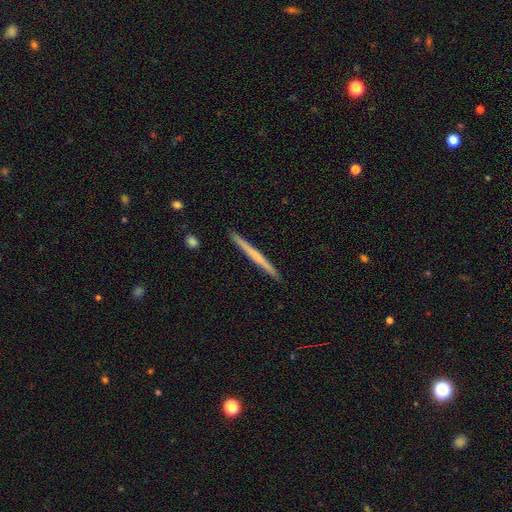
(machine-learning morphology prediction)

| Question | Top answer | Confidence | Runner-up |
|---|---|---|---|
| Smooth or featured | smooth | 48% | featured or disk (47%) |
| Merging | none | 93% | minor disturbance (5%) |